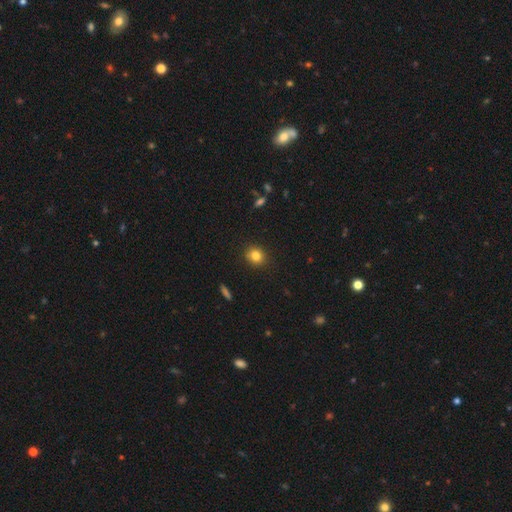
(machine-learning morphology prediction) A smooth galaxy with no disk features (82%) that is round (78%). Merging: none (88%).